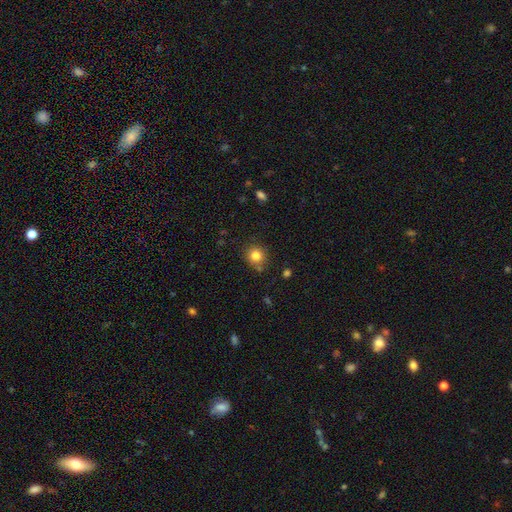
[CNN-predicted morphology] Smooth or featured? Predicted: smooth (p=0.82). How rounded? Predicted: round (p=0.89). Merging? Predicted: none (p=0.81).